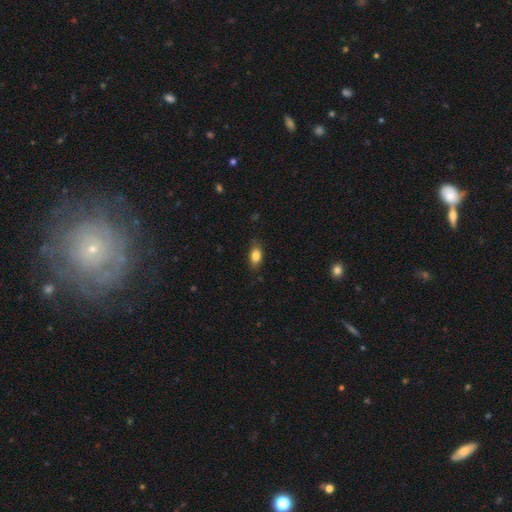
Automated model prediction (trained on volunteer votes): A smooth galaxy with no disk features (83%) that is in between round and cigar-shaped (86%). Merging: none (80%).